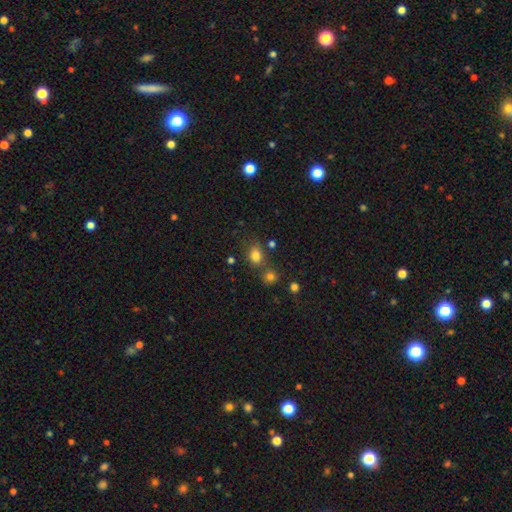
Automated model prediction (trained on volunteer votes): This appears to be a smooth galaxy with no disk features (80%) that is in between round and cigar-shaped (59%). Merging: none (64%).